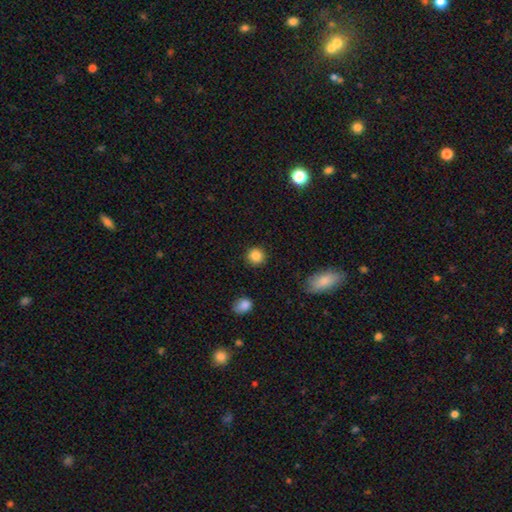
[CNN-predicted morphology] Smooth or featured? Predicted: smooth (p=0.86). How rounded? Predicted: round (p=0.92). Merging? Predicted: none (p=0.90).